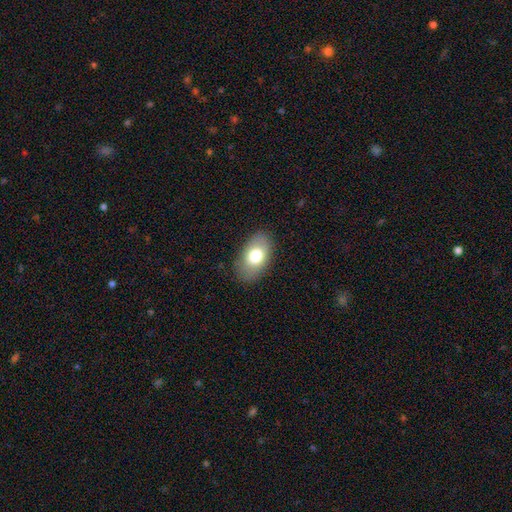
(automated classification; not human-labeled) smooth-or-featured: smooth: 73% | featured or disk: 19% | star or artifact: 8%
  how-rounded: in between: 91% | round: 7% | cigar-shaped: 2%
  merging: none: 83% | minor disturbance: 13% | major disturbance: 3% | merger: 1%